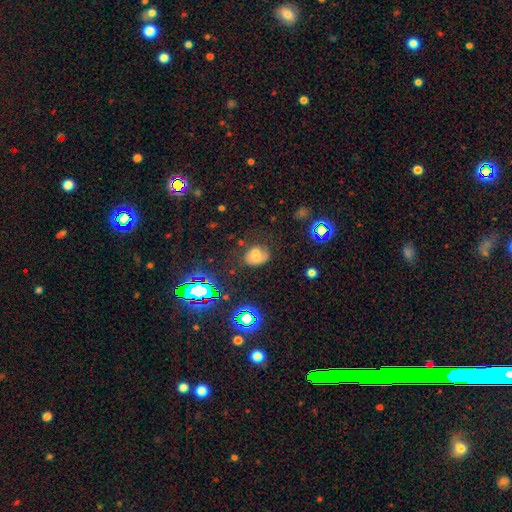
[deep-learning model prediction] Q: Smooth or featured?
A: smooth (55%); runner-up: featured or disk (23%)
Q: How rounded?
A: in between (57%); runner-up: round (42%)
Q: Merging?
A: none (53%); runner-up: minor disturbance (22%)